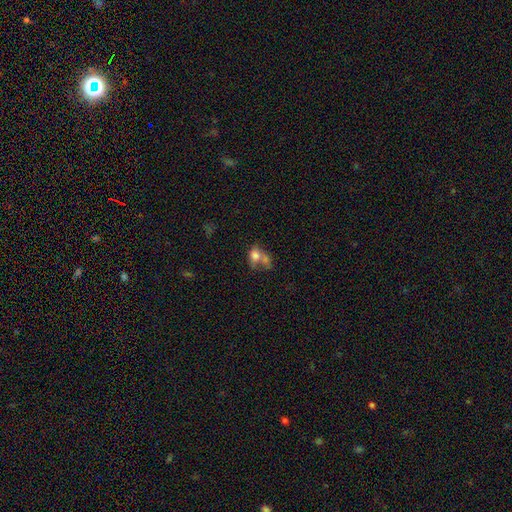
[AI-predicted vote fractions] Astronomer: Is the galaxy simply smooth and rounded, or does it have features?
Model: smooth — 70%.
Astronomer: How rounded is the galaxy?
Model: in between — 65%.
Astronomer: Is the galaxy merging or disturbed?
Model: merger — 55%.